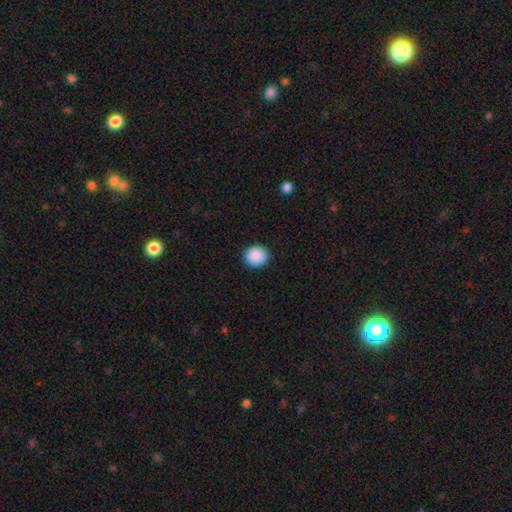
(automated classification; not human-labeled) Overall: smooth (90%). How rounded: round (84%). Merging: none (90%).